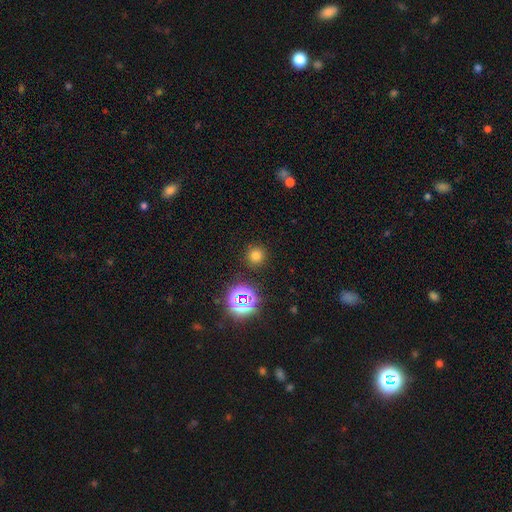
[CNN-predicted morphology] Smooth or featured? Predicted: smooth (p=0.70). How rounded? Predicted: round (p=0.93). Merging? Predicted: none (p=0.89).